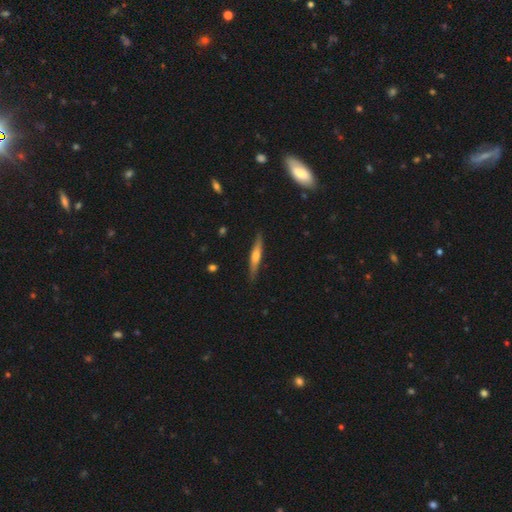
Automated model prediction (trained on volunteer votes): This is possibly a featured or disk galaxy (59%). It is clearly viewed edge-on (96%). Edge-on bulge: likely rounded (75%). Merging: clearly none (88%).